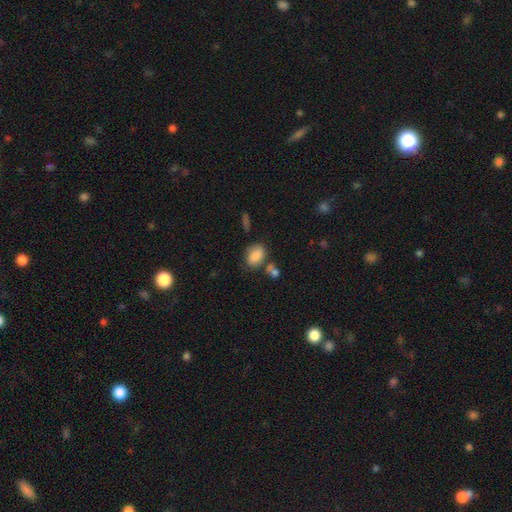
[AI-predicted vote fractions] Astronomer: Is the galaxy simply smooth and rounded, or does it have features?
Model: smooth — 85%.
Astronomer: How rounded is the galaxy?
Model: in between — 81%.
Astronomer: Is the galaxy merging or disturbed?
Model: none — 60%.